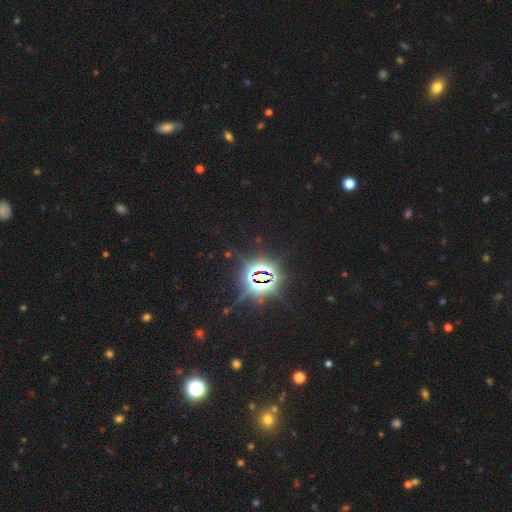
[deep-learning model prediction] A star or artifact, not a galaxy (83%).